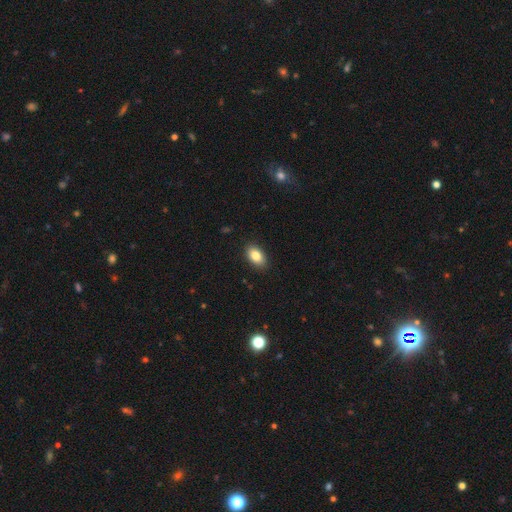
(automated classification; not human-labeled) Smooth or featured? smooth (84%)
How rounded? in between (91%)
Merging? none (89%)